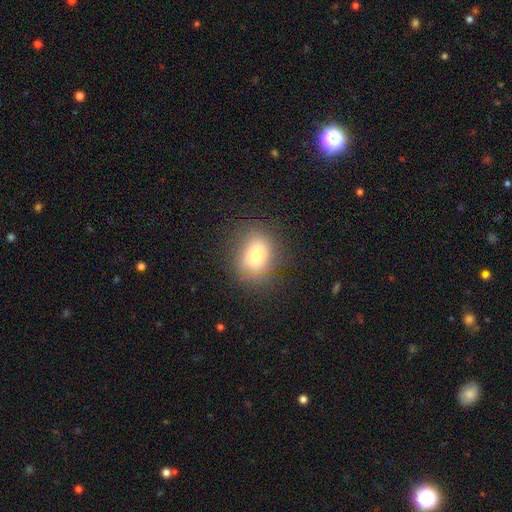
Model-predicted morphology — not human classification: The model was most divided on "how rounded": in between: 61%, round: 37%, cigar-shaped: 1%. More confident: merging — none (79%); smooth or featured — smooth (78%).